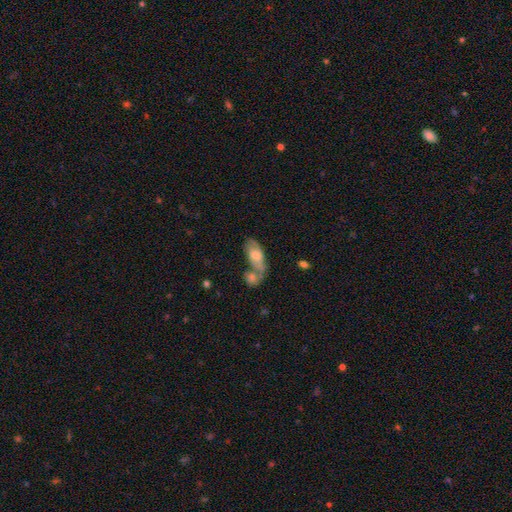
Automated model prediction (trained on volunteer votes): Smooth or featured?
  - smooth: 57% *
  - featured or disk: 36%
  - star or artifact: 7%
How rounded?
  - in between: 85% *
  - cigar-shaped: 10%
  - round: 4%
Merging?
  - merger: 40% *
  - none: 33%
  - minor disturbance: 17%
  - major disturbance: 10%